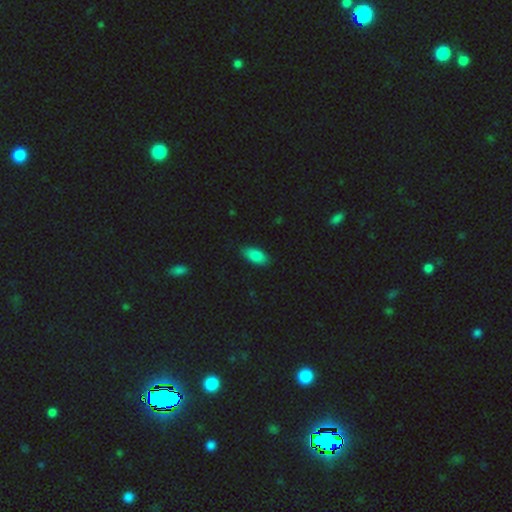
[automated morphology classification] The model was most divided on "merging": none: 86%, minor disturbance: 11%, major disturbance: 2%, merger: 1%. More confident: how rounded — in between (90%); smooth or featured — smooth (86%).